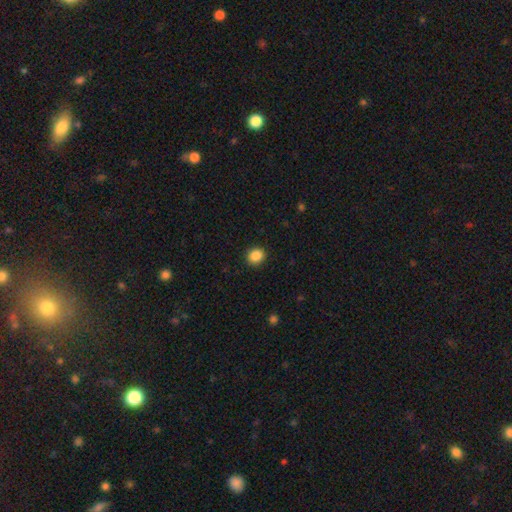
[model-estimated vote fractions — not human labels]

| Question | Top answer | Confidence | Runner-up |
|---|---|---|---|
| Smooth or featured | smooth | 87% | star or artifact (10%) |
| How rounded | round | 76% | in between (23%) |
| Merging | none | 91% | minor disturbance (7%) |